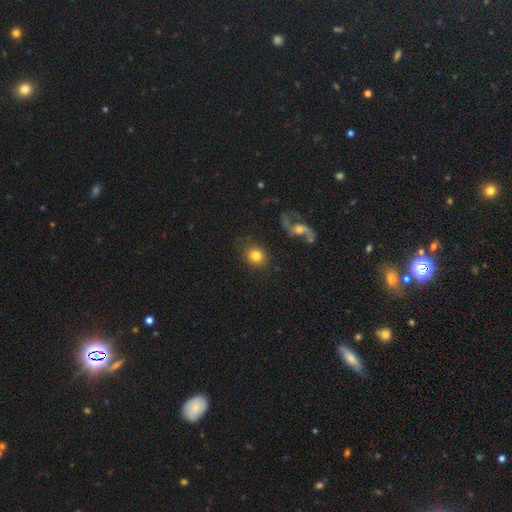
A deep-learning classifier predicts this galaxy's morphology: A smooth galaxy with no disk features (80%) that is round (87%).

Vote fractions:
- Smooth or featured? smooth: 80% / featured or disk: 11% / star or artifact: 9%
- How rounded? round: 87% / in between: 12% / cigar-shaped: 1%
- Merging? none: 85% / minor disturbance: 8% / major disturbance: 4% / merger: 3%